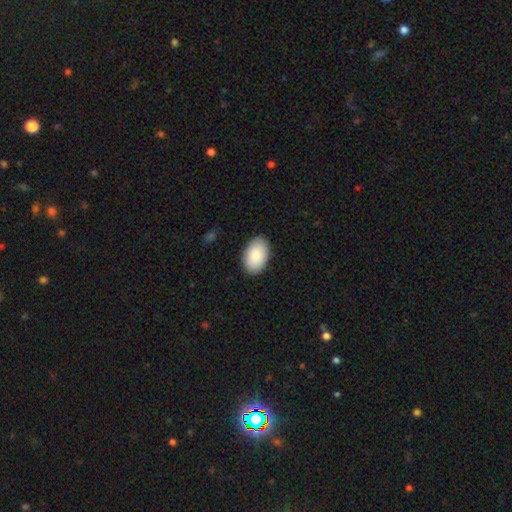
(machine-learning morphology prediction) The model was most divided on "merging": none: 89%, minor disturbance: 9%, major disturbance: 2%, merger: 1%. More confident: how rounded — in between (93%); smooth or featured — smooth (90%).